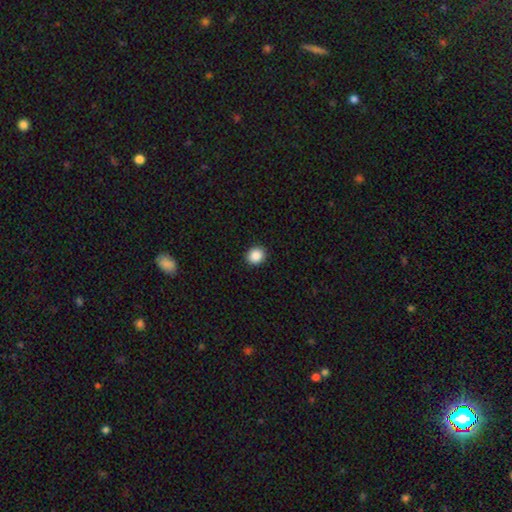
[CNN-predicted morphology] Smooth or featured? smooth (88%)
How rounded? round (80%)
Merging? none (92%)